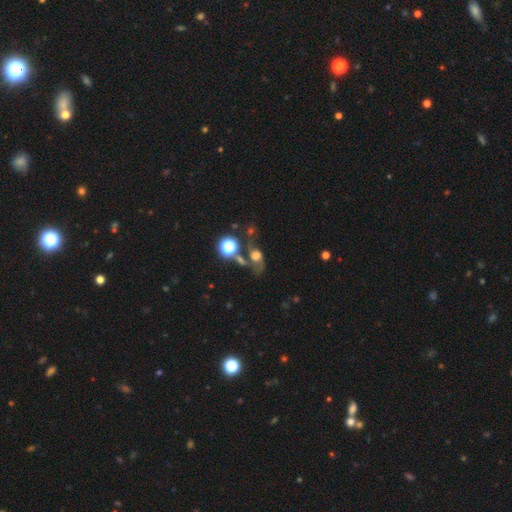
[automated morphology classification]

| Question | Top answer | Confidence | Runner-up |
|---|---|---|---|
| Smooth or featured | featured or disk | 43% | smooth (38%) |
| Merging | none | 31% | major disturbance (28%) |